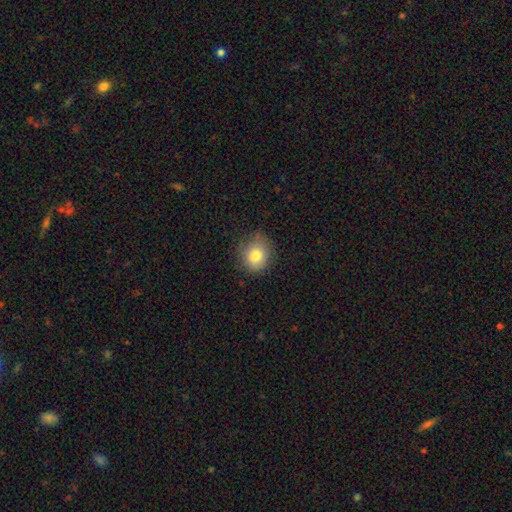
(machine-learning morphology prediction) type=smooth (79%); roundness=round (74%); merging=none (77%).